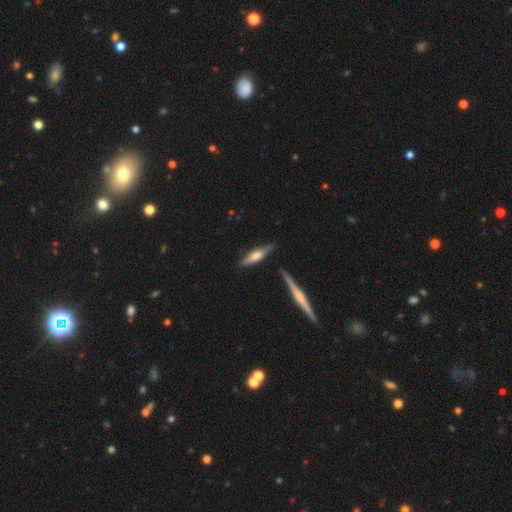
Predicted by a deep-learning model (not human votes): A smooth galaxy with no disk features (50%).

Vote fractions:
- Smooth or featured? smooth: 50% / featured or disk: 44% / star or artifact: 6%
- Merging? none: 76% / minor disturbance: 15% / merger: 6% / major disturbance: 3%